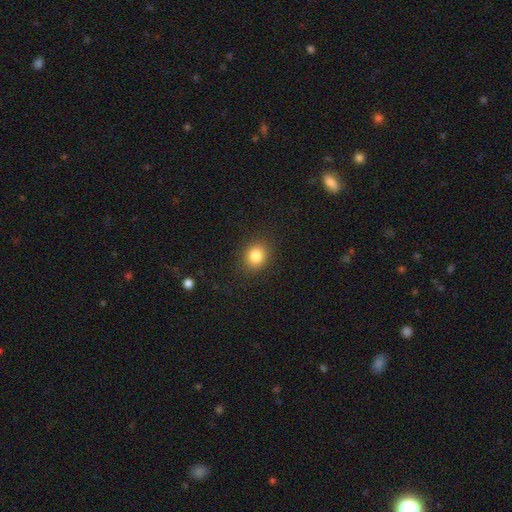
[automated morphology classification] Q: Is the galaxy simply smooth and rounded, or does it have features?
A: smooth — 84%.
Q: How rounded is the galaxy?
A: round — 65%.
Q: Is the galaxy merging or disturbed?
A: none — 87%.